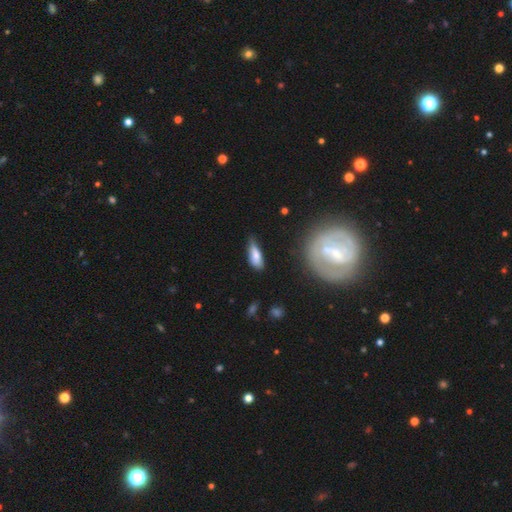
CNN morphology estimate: Smooth or featured: smooth — 75% (featured or disk — 18%)
How rounded: in between — 68% (cigar-shaped — 29%)
Merging: none — 46% (minor disturbance — 40%)